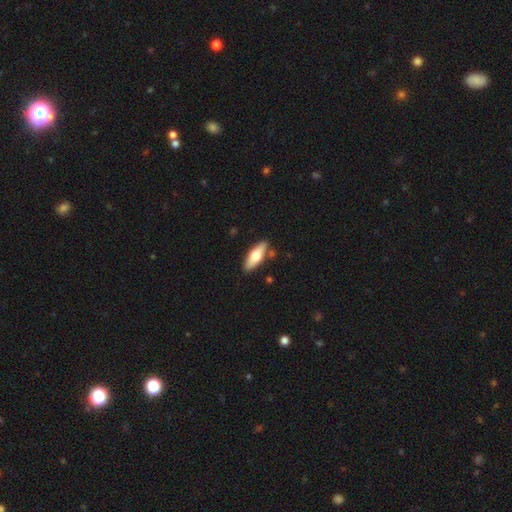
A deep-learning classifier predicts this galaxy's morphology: Overall: smooth (62%; featured or disk 33%). How rounded: in between (57%; cigar-shaped 41%). Merging: none (84%).